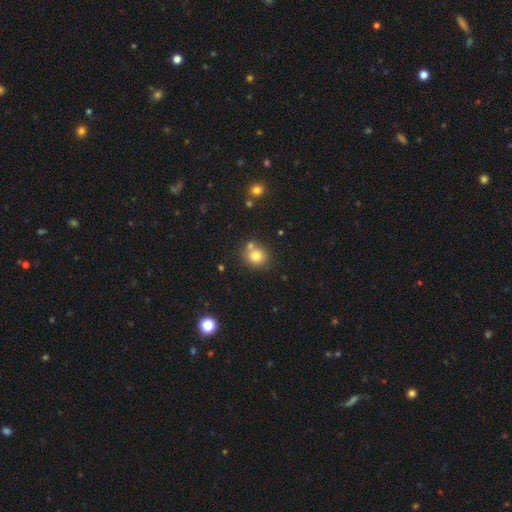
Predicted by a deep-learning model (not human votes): Smooth or featured? Predicted: smooth (p=0.80). How rounded? Predicted: round (p=0.82). Merging? Predicted: none (p=0.67).